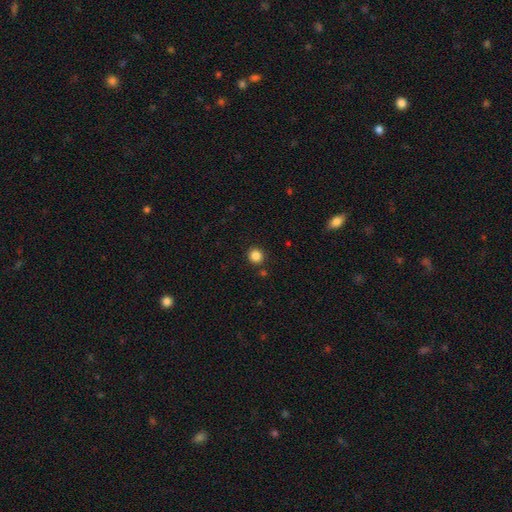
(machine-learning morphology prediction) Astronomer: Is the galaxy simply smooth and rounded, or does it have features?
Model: smooth — 85%.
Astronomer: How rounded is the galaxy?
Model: round — 92%.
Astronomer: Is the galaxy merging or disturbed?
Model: none — 89%.